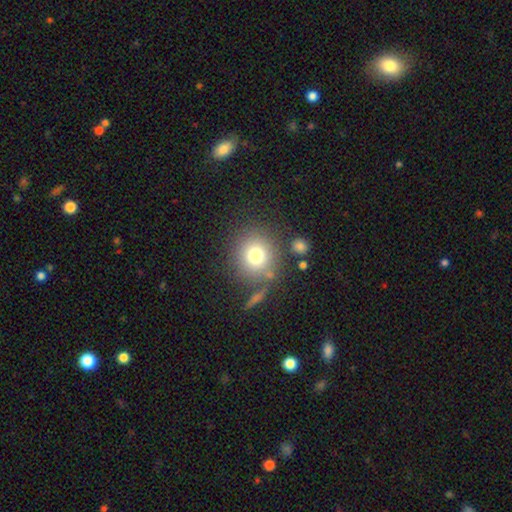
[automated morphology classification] Smooth or featured? Predicted: smooth (p=0.75). How rounded? Predicted: round (p=0.90). Merging? Predicted: none (p=0.77).